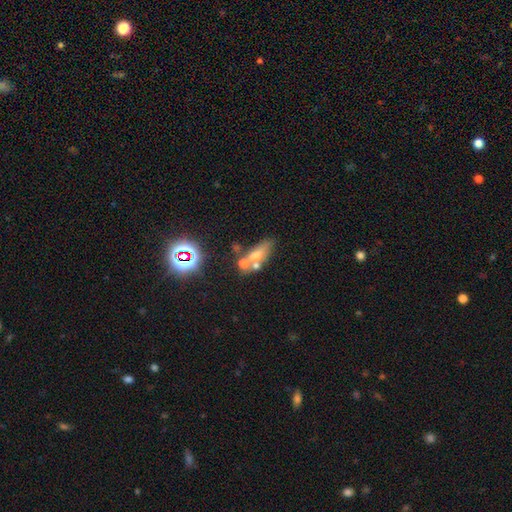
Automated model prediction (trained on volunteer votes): Overall: smooth (51%; featured or disk 27%). How rounded: in between (61%; cigar-shaped 25%). Merging: none (39%; merger 37%).